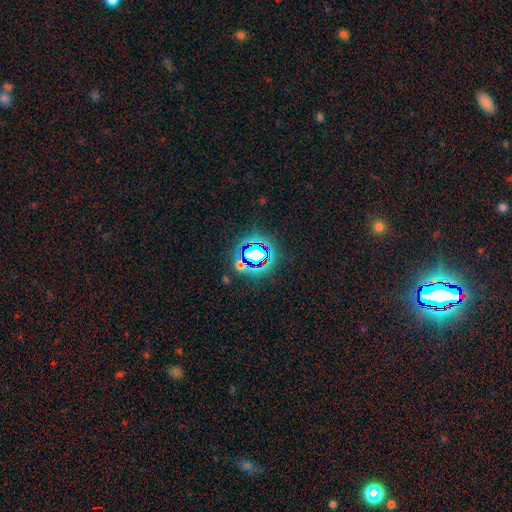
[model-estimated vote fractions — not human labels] Smooth or featured? star or artifact (68%)